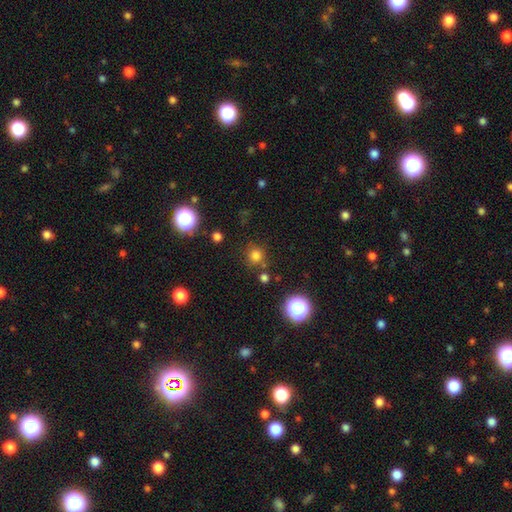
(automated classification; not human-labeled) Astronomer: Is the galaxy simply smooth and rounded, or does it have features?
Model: smooth — 75%.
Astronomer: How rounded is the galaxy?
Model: round — 92%.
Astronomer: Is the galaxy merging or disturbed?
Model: none — 78%.